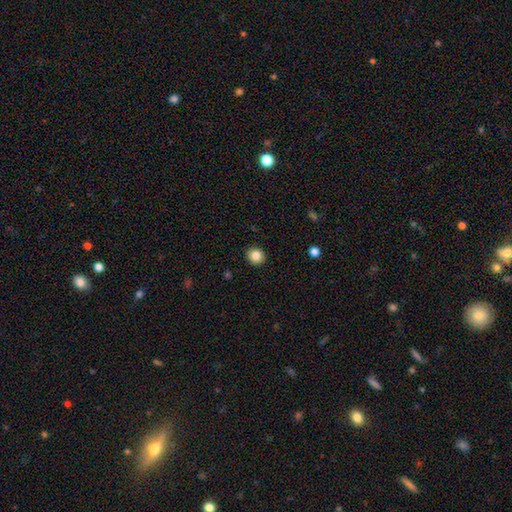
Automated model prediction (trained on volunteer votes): This is clearly a smooth galaxy (85%). How rounded: clearly round (86%). Merging: clearly none (92%).